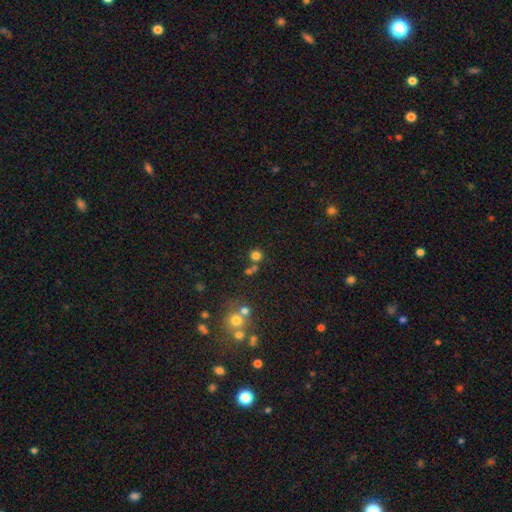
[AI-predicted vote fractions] The model was most divided on "merging": none: 68%, merger: 21%, minor disturbance: 8%, major disturbance: 4%. More confident: how rounded — round (90%); smooth or featured — smooth (75%).